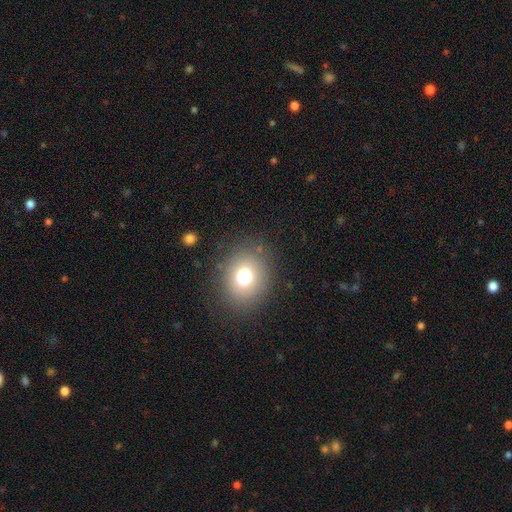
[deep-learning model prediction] A smooth galaxy with no disk features (71%) that is round (63%). Merging: none (90%).